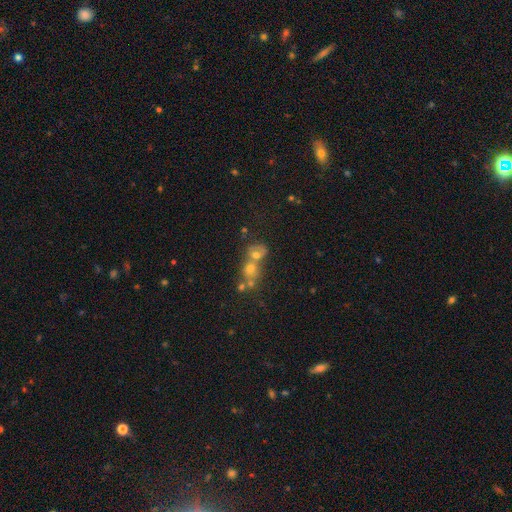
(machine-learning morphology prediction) Smooth or featured?
  - smooth: 47% *
  - star or artifact: 27%
  - featured or disk: 26%
Merging?
  - merger: 58% *
  - none: 29%
  - minor disturbance: 7%
  - major disturbance: 6%